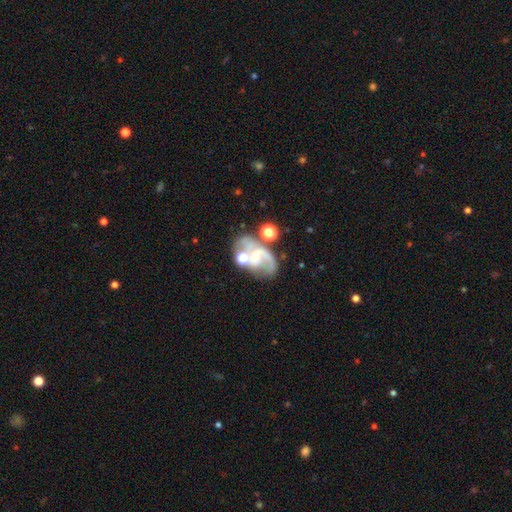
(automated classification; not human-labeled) Smooth or featured?
  - featured or disk: 75% *
  - smooth: 15%
  - star or artifact: 10%
Edge-on disk?
  - no: 97% *
  - yes: 3%
Bar?
  - no: 50% *
  - weak: 38%
  - strong: 12%
Spiral arms?
  - yes: 86% *
  - no: 14%
Spiral winding?
  - medium: 45% *
  - loose: 37%
  - tight: 18%
Spiral arm count?
  - 2: 67% *
  - 1: 18%
  - can't tell: 10%
  - 3: 3%
  - 4: 1%
  - more than 4: 1%
Bulge size?
  - small: 56% *
  - moderate: 32%
  - none: 7%
  - large: 3%
  - dominant: 1%
Merging?
  - none: 43% *
  - merger: 23%
  - minor disturbance: 17%
  - major disturbance: 16%